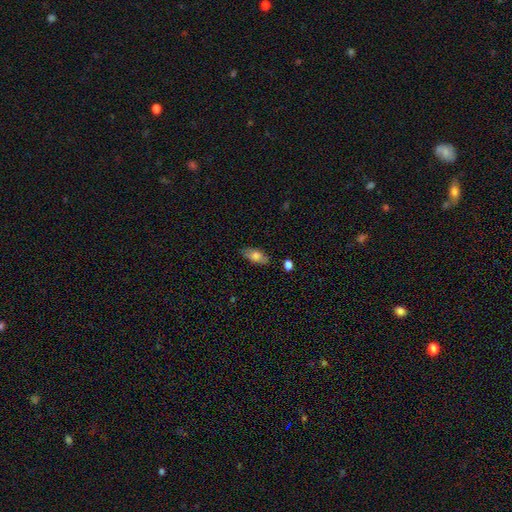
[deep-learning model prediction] smooth 76%, featured or disk 17%, star or artifact 7%. Down the decision tree: how rounded — in between (85%); merging — none (81%).